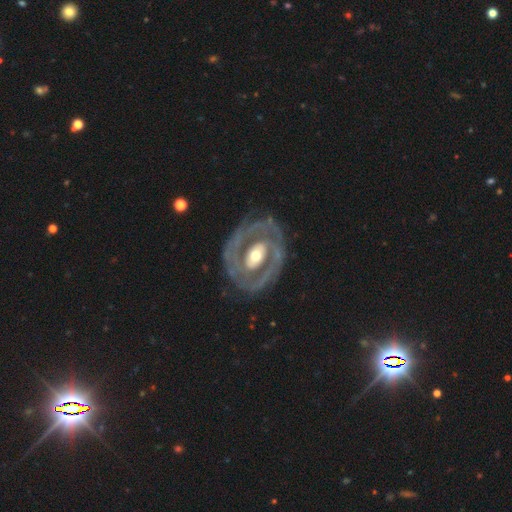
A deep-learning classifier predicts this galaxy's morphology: Smooth or featured: featured or disk — 84% (smooth — 12%)
Edge-on disk: no — 96% (yes — 4%)
Bar: no — 46% (weak — 31%)
Spiral arms: yes — 74% (no — 26%)
Spiral winding: tight — 58% (medium — 30%)
Spiral arm count: 2 — 60% (can't tell — 19%)
Bulge size: moderate — 65% (large — 18%)
Merging: none — 73% (minor disturbance — 16%)